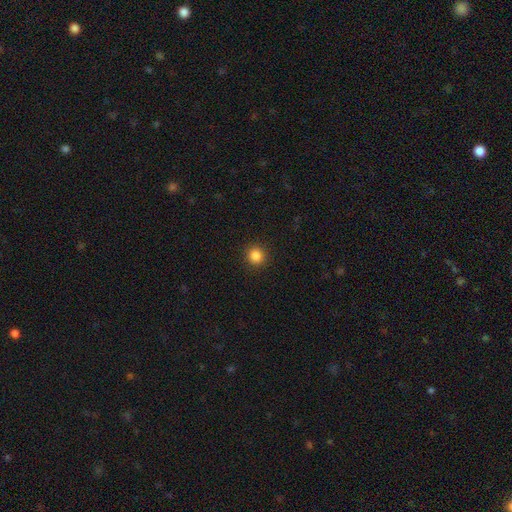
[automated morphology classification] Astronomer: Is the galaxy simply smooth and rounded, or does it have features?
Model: smooth — 86%.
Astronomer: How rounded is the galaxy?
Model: round — 94%.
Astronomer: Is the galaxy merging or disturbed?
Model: none — 92%.